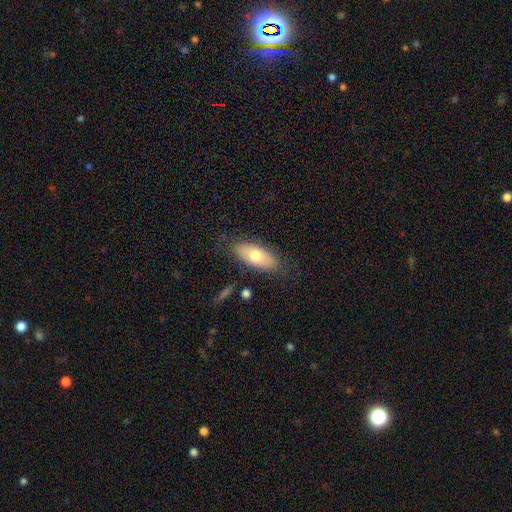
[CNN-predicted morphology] type=smooth (69%); roundness=in between (85%); merging=none (79%).